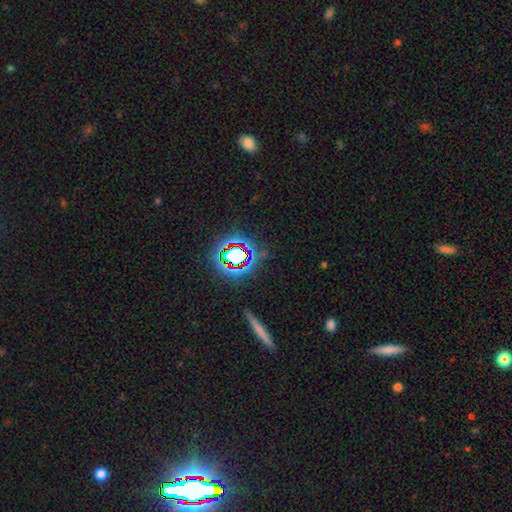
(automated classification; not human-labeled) Smooth or featured? star or artifact (68%)